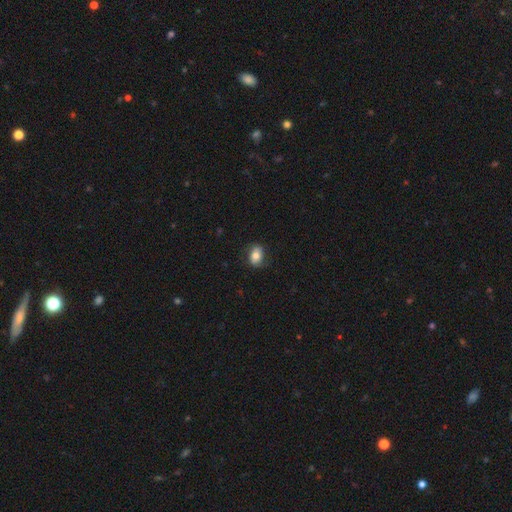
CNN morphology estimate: Q: Smooth or featured?
A: smooth (76%); runner-up: featured or disk (16%)
Q: How rounded?
A: in between (77%); runner-up: round (21%)
Q: Merging?
A: none (79%); runner-up: minor disturbance (16%)